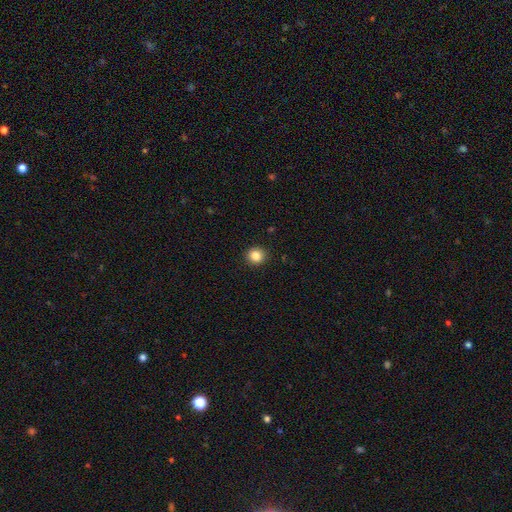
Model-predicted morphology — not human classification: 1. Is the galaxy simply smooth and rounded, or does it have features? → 84% smooth, 11% star or artifact, 5% featured or disk.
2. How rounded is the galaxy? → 89% round, 10% in between, 1% cigar-shaped.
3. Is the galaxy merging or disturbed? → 92% none, 5% minor disturbance, 2% major disturbance, 1% merger.